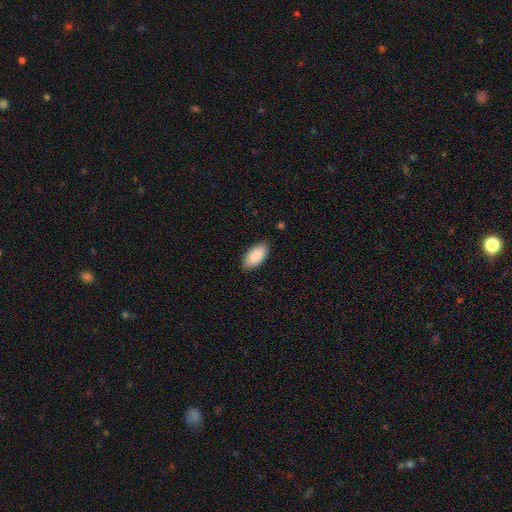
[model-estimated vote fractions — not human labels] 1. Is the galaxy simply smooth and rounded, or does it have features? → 90% smooth, 6% star or artifact, 5% featured or disk.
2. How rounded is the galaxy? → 95% in between, 3% cigar-shaped, 2% round.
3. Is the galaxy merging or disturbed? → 86% none, 11% minor disturbance, 2% major disturbance, 1% merger.